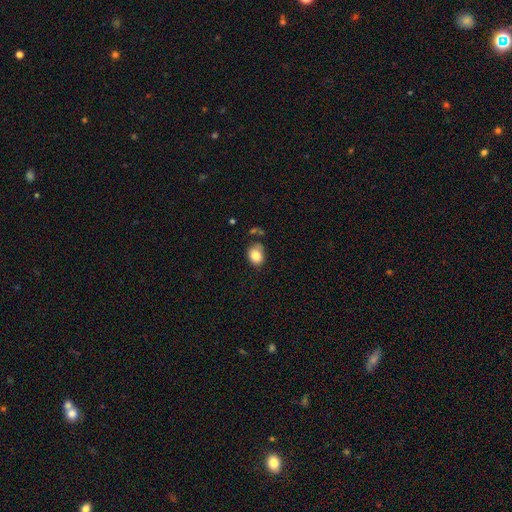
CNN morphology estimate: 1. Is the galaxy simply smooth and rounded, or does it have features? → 84% smooth, 9% star or artifact, 8% featured or disk.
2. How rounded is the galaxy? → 52% round, 47% in between, 1% cigar-shaped.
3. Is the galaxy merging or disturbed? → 64% none, 23% minor disturbance, 7% merger, 7% major disturbance.